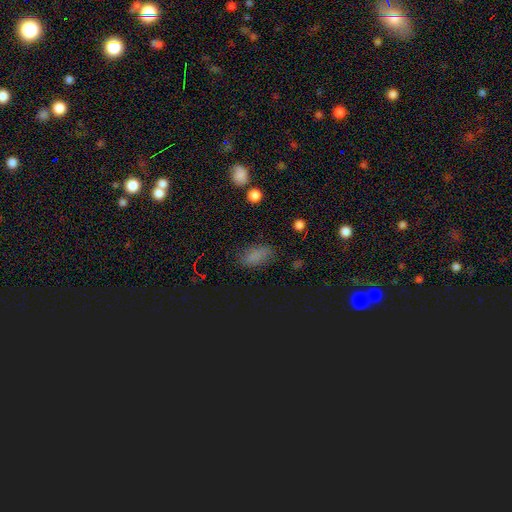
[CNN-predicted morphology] Smooth or featured?
  - smooth: 75% *
  - star or artifact: 18%
  - featured or disk: 7%
How rounded?
  - in between: 87% *
  - cigar-shaped: 7%
  - round: 6%
Merging?
  - none: 74% *
  - minor disturbance: 18%
  - major disturbance: 6%
  - merger: 2%